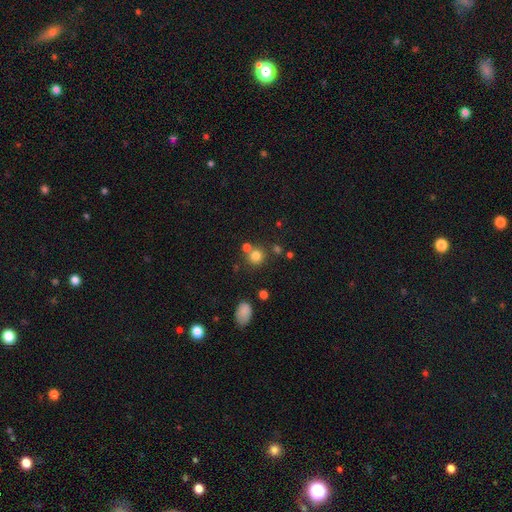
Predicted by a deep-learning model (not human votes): Smooth or featured?
  - smooth: 77% *
  - star or artifact: 15%
  - featured or disk: 8%
How rounded?
  - round: 89% *
  - in between: 10%
  - cigar-shaped: 1%
Merging?
  - none: 67% *
  - merger: 21%
  - minor disturbance: 8%
  - major disturbance: 3%